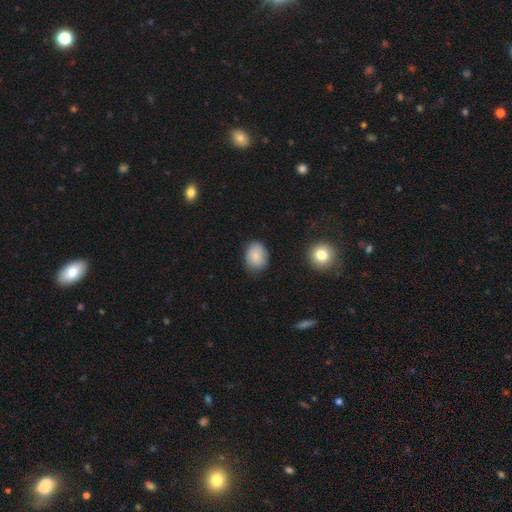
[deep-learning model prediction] smooth-or-featured: smooth: 83% | featured or disk: 9% | star or artifact: 8%
  how-rounded: in between: 58% | round: 41% | cigar-shaped: 1%
  merging: none: 73% | minor disturbance: 21% | major disturbance: 4% | merger: 2%